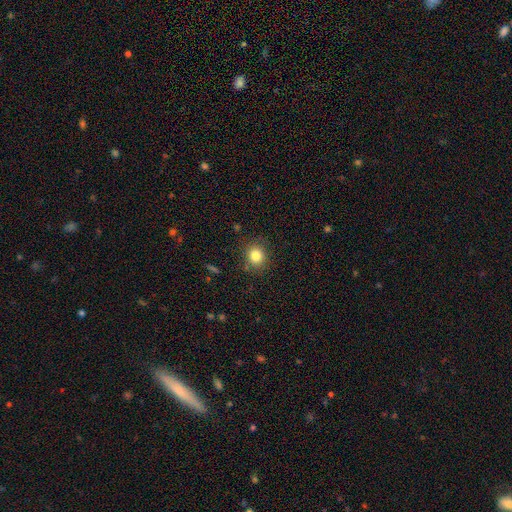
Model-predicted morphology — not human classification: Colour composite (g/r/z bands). It shows a smooth galaxy with no disk features (82%) that is round (84%). Merging: none (85%).